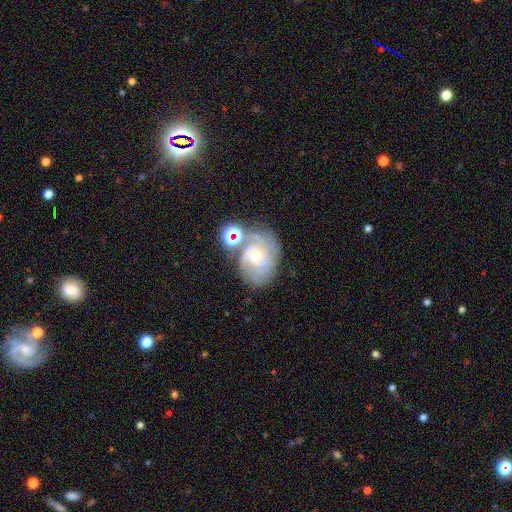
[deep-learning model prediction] Morphology: type=featured or disk (76%); edge-on=no (97%); bar=no (72%); spiral arms=yes (94%); winding=tight (67%); arm count=can't tell (32%); bulge=small (59%); merging=none (64%).